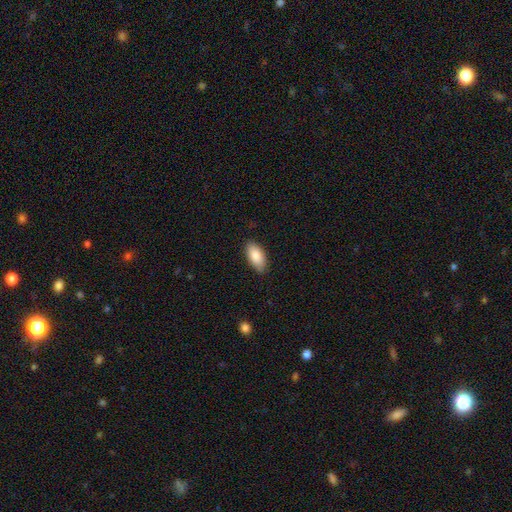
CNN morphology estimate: type=smooth (87%); roundness=in between (92%); merging=none (84%).